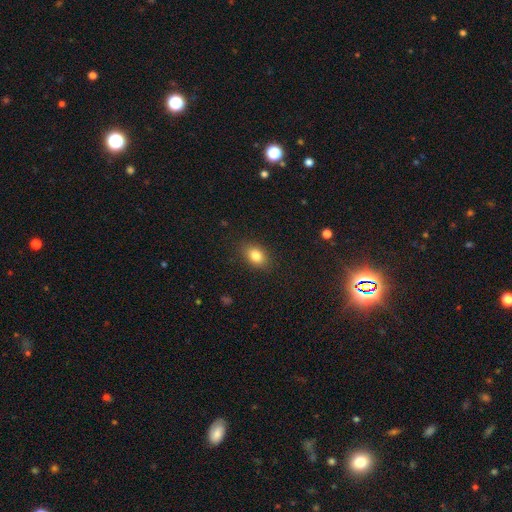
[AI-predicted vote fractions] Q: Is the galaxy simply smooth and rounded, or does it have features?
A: smooth — 83%.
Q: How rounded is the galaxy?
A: in between — 80%.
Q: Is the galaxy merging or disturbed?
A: none — 87%.